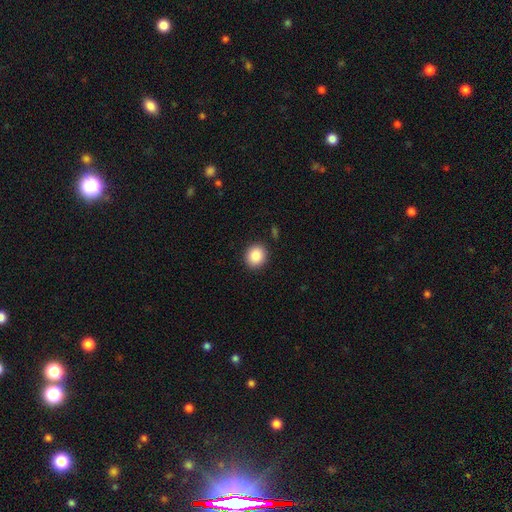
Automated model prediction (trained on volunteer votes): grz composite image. It shows a smooth galaxy with no disk features (87%) that is round (82%). Merging: none (90%).